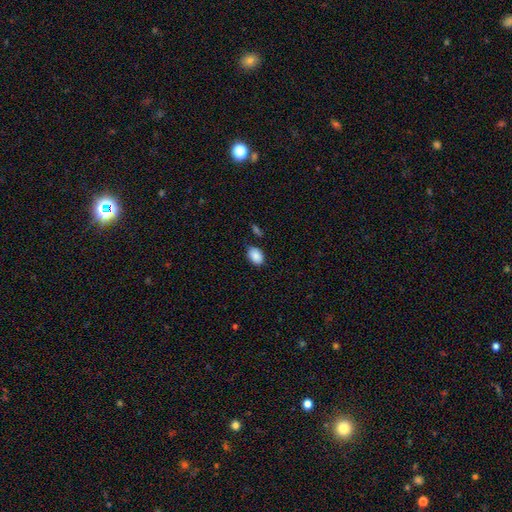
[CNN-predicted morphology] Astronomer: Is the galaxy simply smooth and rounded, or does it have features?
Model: smooth — 88%.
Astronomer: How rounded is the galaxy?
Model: in between — 80%.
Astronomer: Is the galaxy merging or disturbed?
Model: none — 76%.